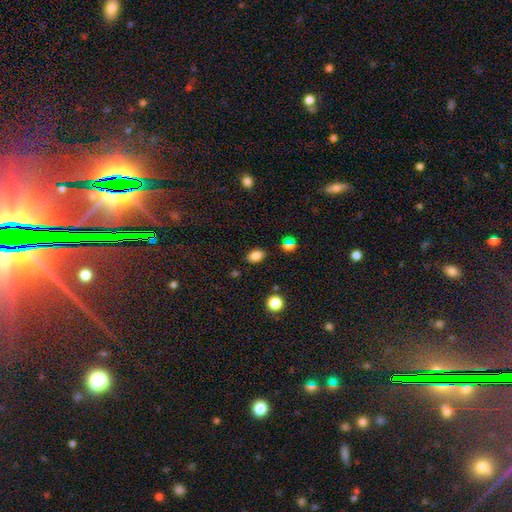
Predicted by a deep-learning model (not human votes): smooth-or-featured: smooth: 82% | star or artifact: 13% | featured or disk: 6%
  how-rounded: in between: 79% | round: 19% | cigar-shaped: 1%
  merging: none: 85% | minor disturbance: 10% | merger: 3% | major disturbance: 3%